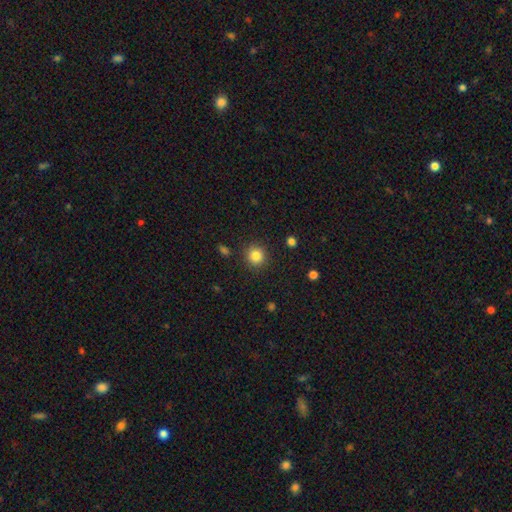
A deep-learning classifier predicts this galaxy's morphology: smooth-or-featured: smooth: 84% | star or artifact: 11% | featured or disk: 5%
  how-rounded: round: 93% | in between: 6% | cigar-shaped: 1%
  merging: none: 90% | minor disturbance: 6% | major disturbance: 2% | merger: 2%